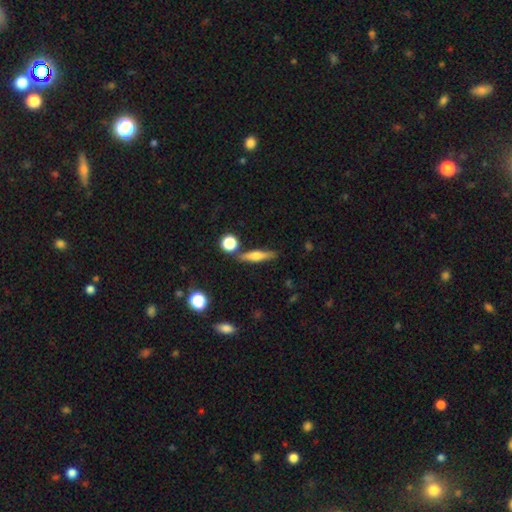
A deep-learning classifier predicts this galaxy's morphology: The model was most divided on "smooth or featured": smooth: 49%, featured or disk: 43%, star or artifact: 8%. More confident: merging — none (81%).